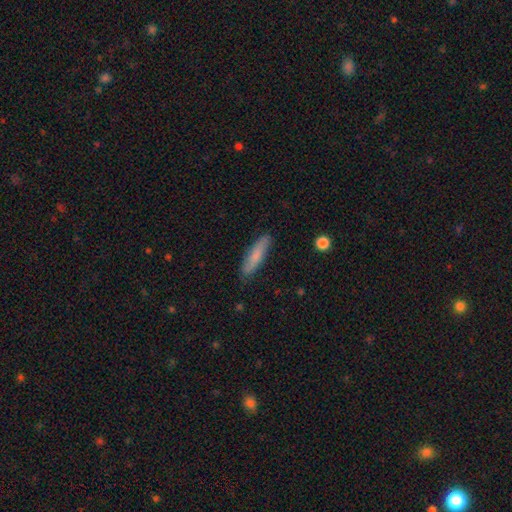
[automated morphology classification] The model was most divided on "smooth or featured": smooth: 75%, featured or disk: 19%, star or artifact: 6%. More confident: merging — none (85%); how rounded — cigar-shaped (78%).